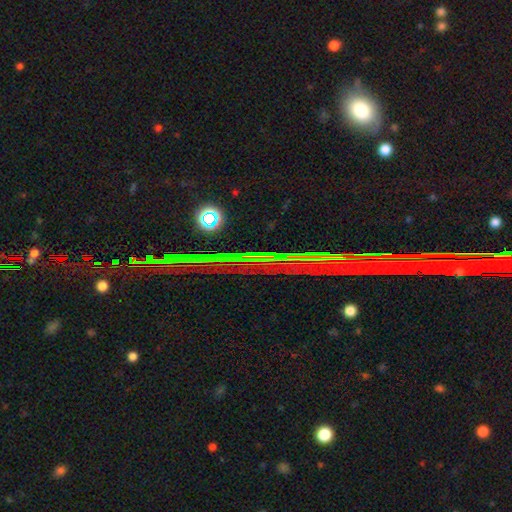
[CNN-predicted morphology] type=star or artifact (78%).